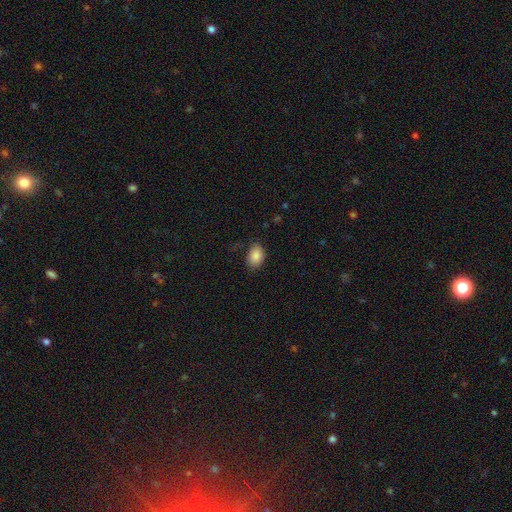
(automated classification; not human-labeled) Smooth or featured: smooth — 87% (star or artifact — 8%)
How rounded: in between — 83% (round — 16%)
Merging: none — 77% (minor disturbance — 18%)